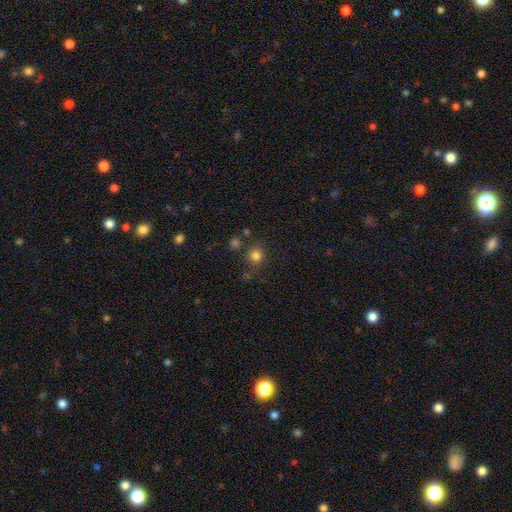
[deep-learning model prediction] Overall: smooth (80%). How rounded: round (89%). Merging: none (78%).